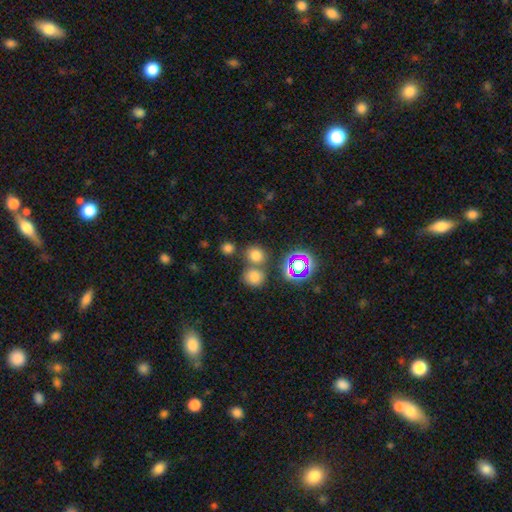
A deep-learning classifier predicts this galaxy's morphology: A smooth galaxy with no disk features (72%) that is round (79%). Merging: none (63%).